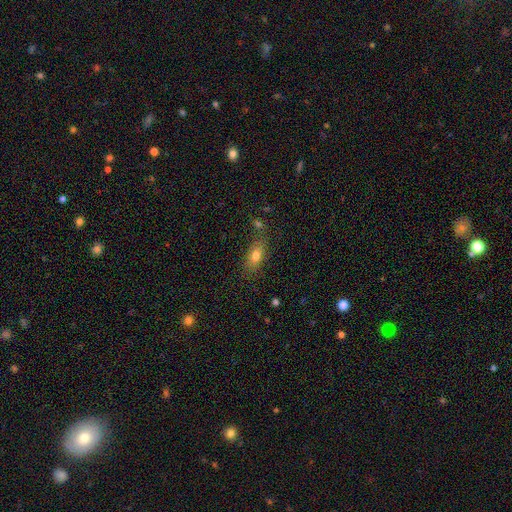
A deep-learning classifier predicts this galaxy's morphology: Smooth or featured: smooth — 76% (featured or disk — 14%)
How rounded: in between — 79% (cigar-shaped — 13%)
Merging: none — 75% (minor disturbance — 16%)